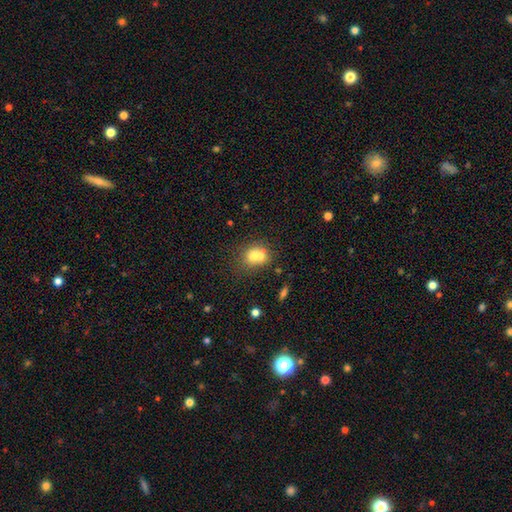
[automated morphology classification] smooth_or_featured: smooth (p=0.67) [alt: featured or disk p=0.21]
how_rounded: round (p=0.65) [alt: in between p=0.34]
merging: merger (p=0.58) [alt: none p=0.30]